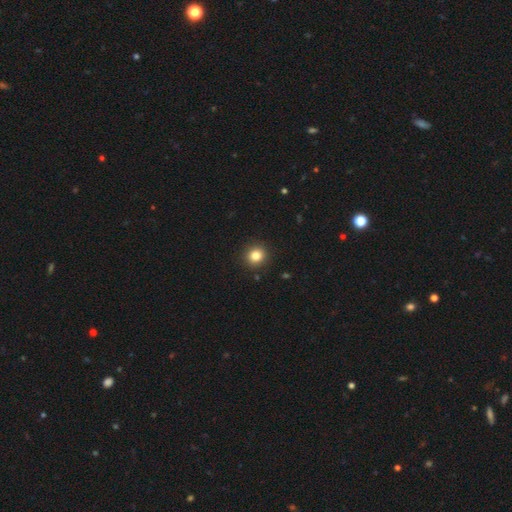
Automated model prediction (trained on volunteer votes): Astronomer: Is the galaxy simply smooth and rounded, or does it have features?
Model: smooth — 83%.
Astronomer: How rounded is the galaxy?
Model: round — 86%.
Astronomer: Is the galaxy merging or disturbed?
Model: none — 91%.